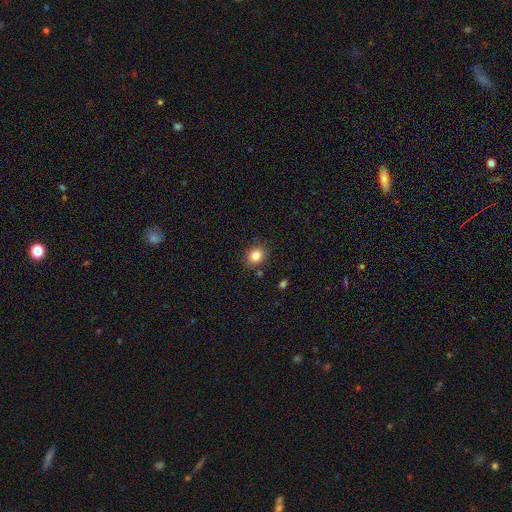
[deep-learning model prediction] smooth_or_featured: smooth (p=0.83) [alt: star or artifact p=0.10]
how_rounded: round (p=0.63) [alt: in between p=0.36]
merging: none (p=0.84) [alt: minor disturbance p=0.10]